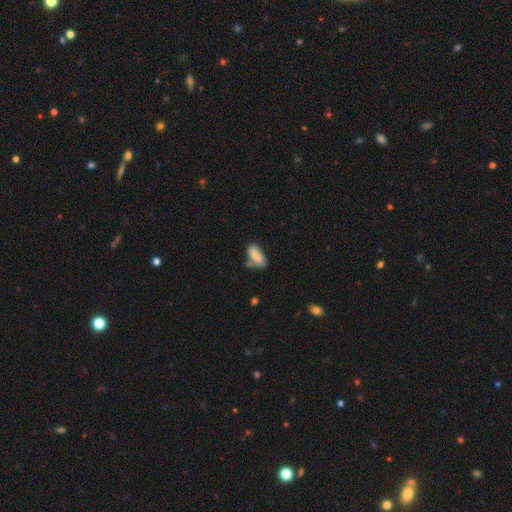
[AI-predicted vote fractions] Smooth or featured: smooth — 82% (featured or disk — 11%)
How rounded: in between — 87% (cigar-shaped — 10%)
Merging: none — 53% (minor disturbance — 30%)